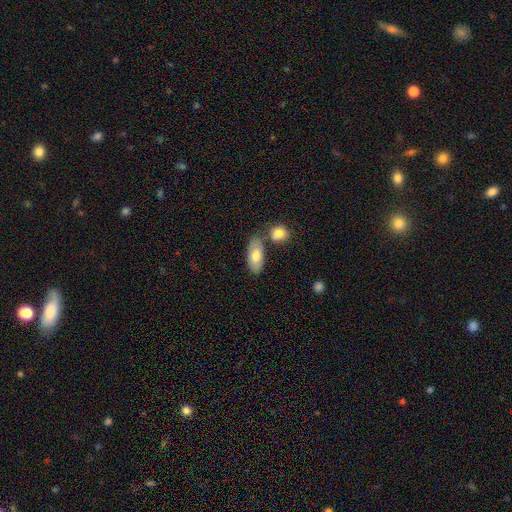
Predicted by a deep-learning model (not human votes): Smooth or featured? smooth (75%)
How rounded? in between (89%)
Merging? none (64%)